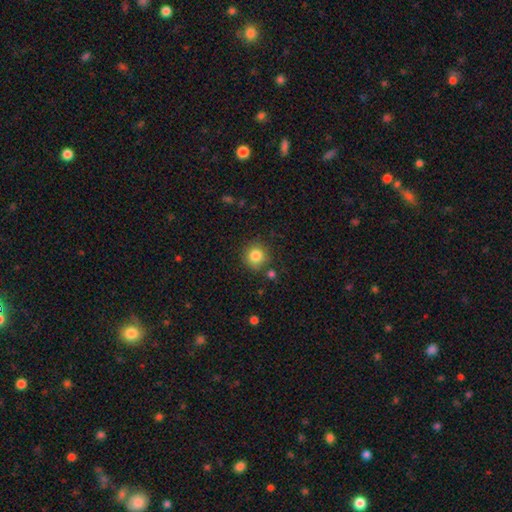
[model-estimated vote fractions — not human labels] A smooth galaxy with no disk features (84%) that is round (92%). Merging: none (83%).